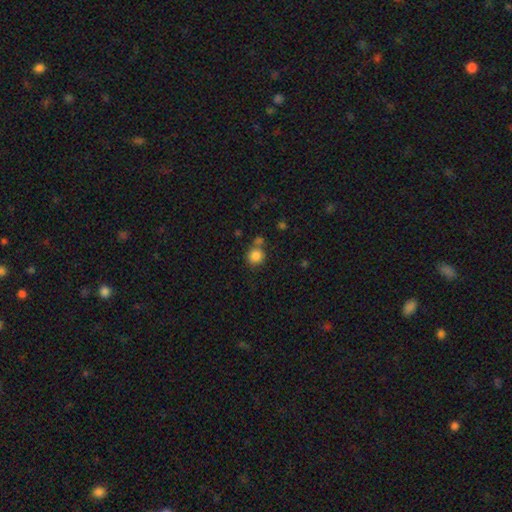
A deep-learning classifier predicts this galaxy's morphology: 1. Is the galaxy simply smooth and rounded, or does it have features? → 84% smooth, 11% star or artifact, 5% featured or disk.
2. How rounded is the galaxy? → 90% round, 9% in between, 1% cigar-shaped.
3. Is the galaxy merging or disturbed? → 66% none, 19% merger, 10% minor disturbance, 4% major disturbance.